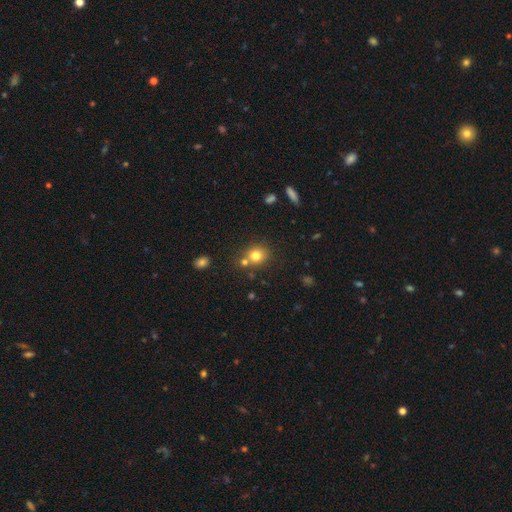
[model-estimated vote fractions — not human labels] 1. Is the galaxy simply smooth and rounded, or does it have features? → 77% smooth, 14% star or artifact, 9% featured or disk.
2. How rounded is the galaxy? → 82% round, 17% in between, 1% cigar-shaped.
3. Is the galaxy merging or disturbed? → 66% none, 21% merger, 10% minor disturbance, 3% major disturbance.